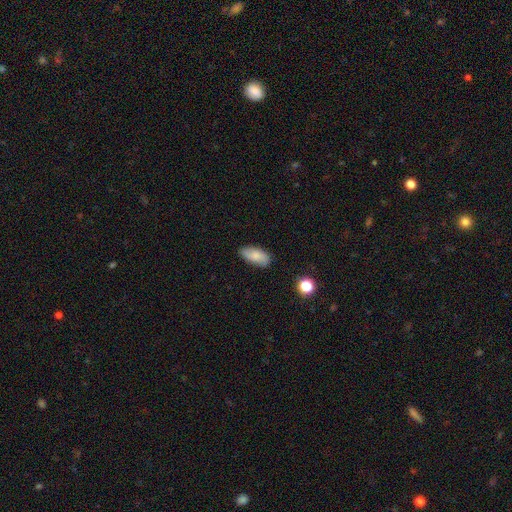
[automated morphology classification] This is clearly a smooth galaxy (80%). How rounded: clearly in between (89%). Merging: clearly none (83%).